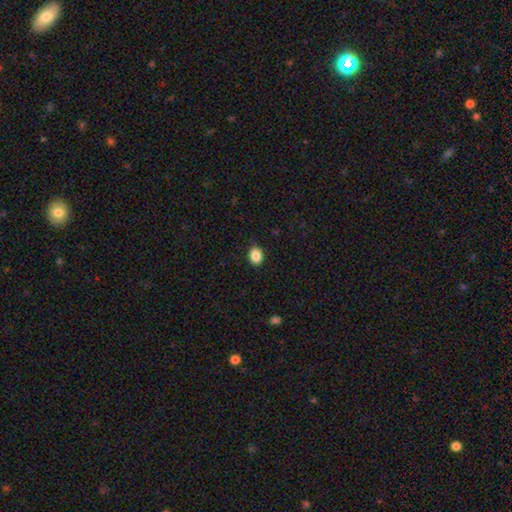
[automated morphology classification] smooth 87%, star or artifact 9%, featured or disk 4%. Down the decision tree: how rounded — in between (60%); merging — none (88%).